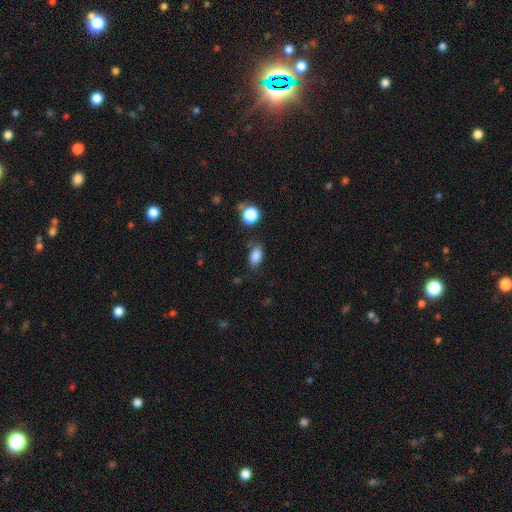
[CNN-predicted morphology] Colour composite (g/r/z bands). It shows a smooth galaxy with no disk features (85%) that is in between round and cigar-shaped (86%). Merging: none (75%).